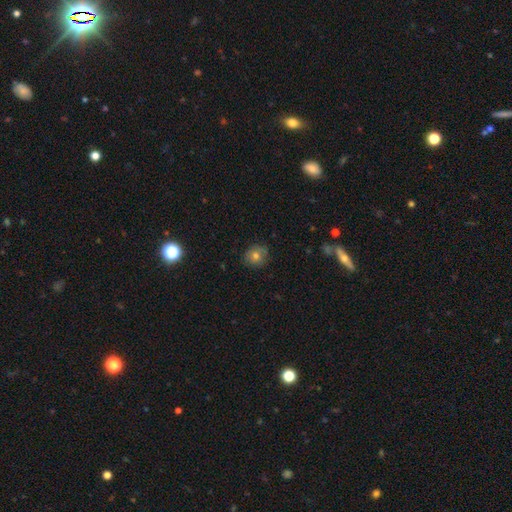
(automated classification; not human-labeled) Smooth or featured? Predicted: smooth (p=0.72). How rounded? Predicted: round (p=0.86). Merging? Predicted: none (p=0.80).